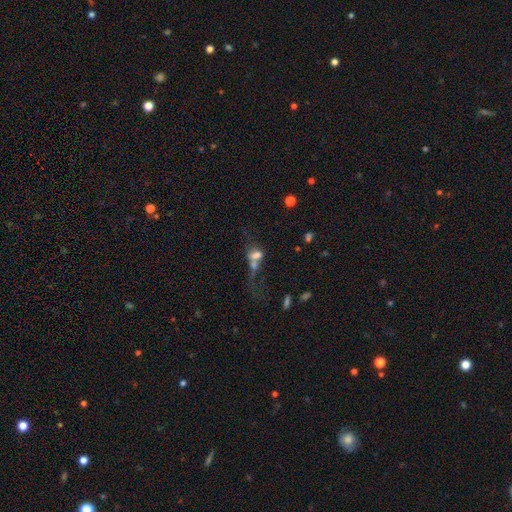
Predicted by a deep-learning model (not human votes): Smooth or featured? Predicted: smooth (p=0.55). How rounded? Predicted: in between (p=0.67). Merging? Predicted: merger (p=0.59).